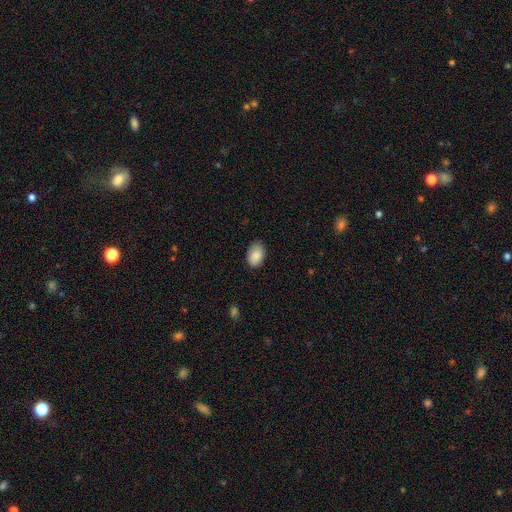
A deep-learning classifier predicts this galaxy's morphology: A smooth galaxy with no disk features (88%) that is in between round and cigar-shaped (89%). Merging: none (84%).